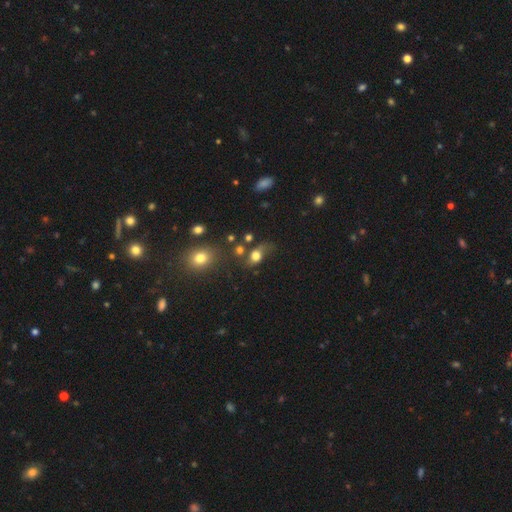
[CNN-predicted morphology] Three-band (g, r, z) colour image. It shows a smooth galaxy with no disk features (71%) that is in between round and cigar-shaped (53%). Merging: none (41%).